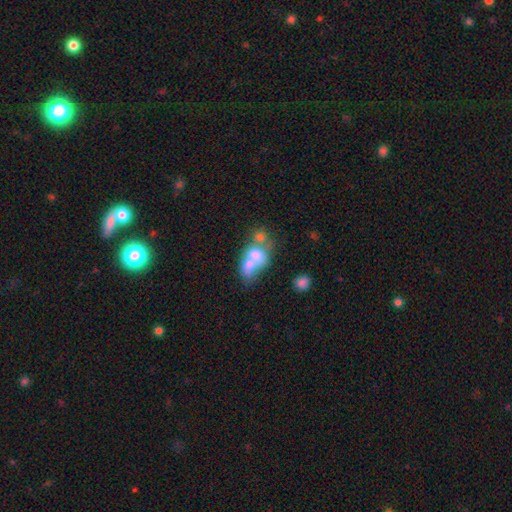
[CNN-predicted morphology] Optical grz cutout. It shows a smooth galaxy with no disk features (63%) that is in between round and cigar-shaped (62%). Merging: merger (70%).